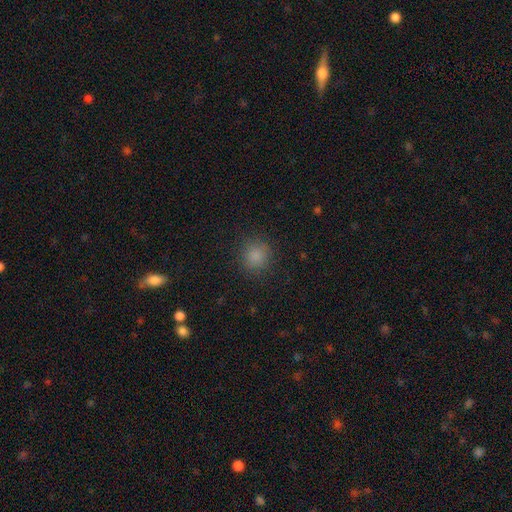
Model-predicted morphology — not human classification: type=smooth (84%); roundness=round (91%); merging=none (88%).